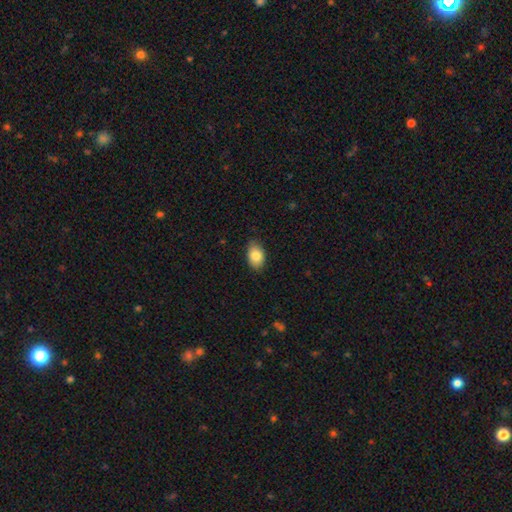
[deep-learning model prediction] Overall: smooth (86%). How rounded: in between (86%). Merging: none (80%).